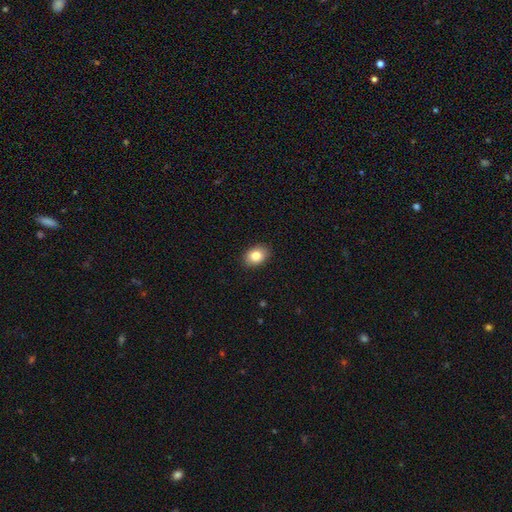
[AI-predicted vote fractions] smooth_or_featured: smooth (p=0.83) [alt: featured or disk p=0.09]
how_rounded: in between (p=0.73) [alt: round p=0.26]
merging: none (p=0.89) [alt: minor disturbance p=0.08]